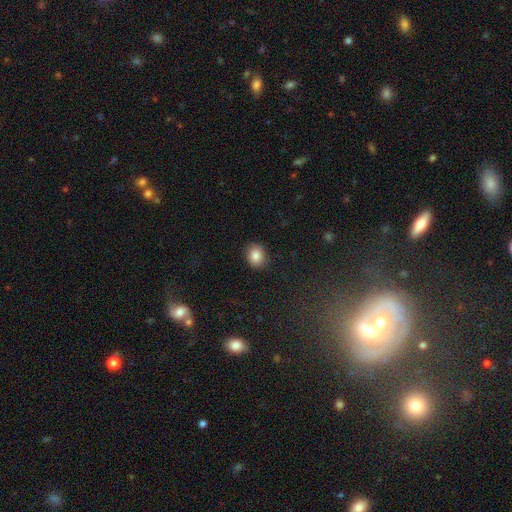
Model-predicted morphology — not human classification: Smooth or featured: smooth — 85% (star or artifact — 9%)
How rounded: round — 63% (in between — 36%)
Merging: none — 87% (minor disturbance — 10%)